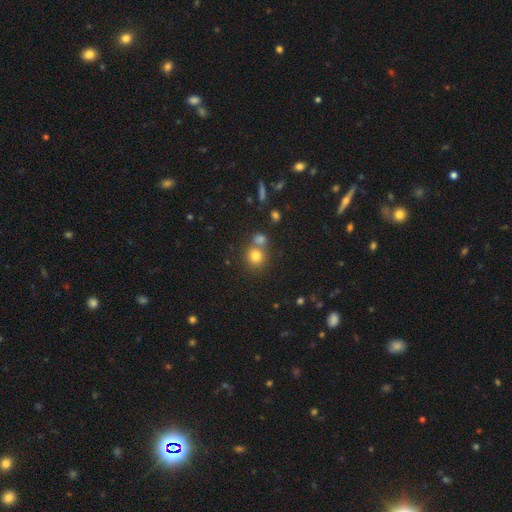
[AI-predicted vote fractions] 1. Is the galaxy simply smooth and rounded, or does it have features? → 78% smooth, 13% star or artifact, 8% featured or disk.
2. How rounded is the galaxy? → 86% round, 13% in between, 1% cigar-shaped.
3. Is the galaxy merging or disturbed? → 56% none, 33% merger, 8% minor disturbance, 3% major disturbance.